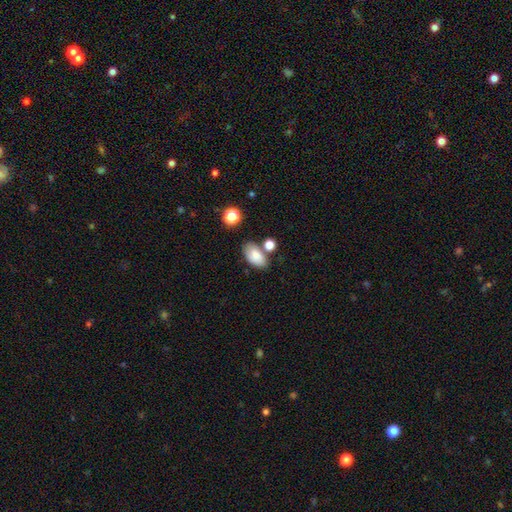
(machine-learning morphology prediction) The model was most divided on "merging": none: 65%, minor disturbance: 16%, merger: 14%, major disturbance: 5%. More confident: how rounded — in between (93%); smooth or featured — smooth (82%).